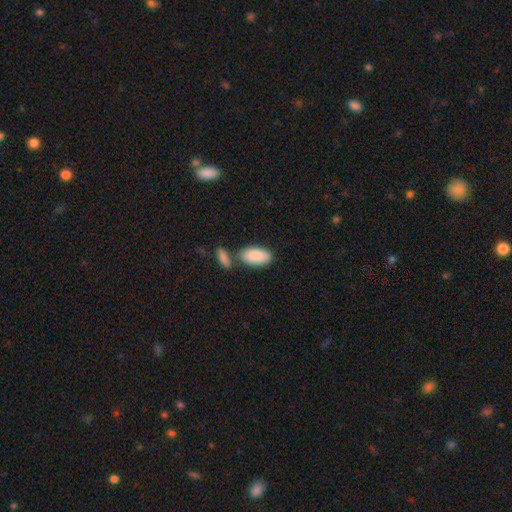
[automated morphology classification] smooth-or-featured: smooth: 89% | featured or disk: 6% | star or artifact: 5%
  how-rounded: in between: 95% | cigar-shaped: 3% | round: 2%
  merging: none: 60% | merger: 23% | minor disturbance: 13% | major disturbance: 4%